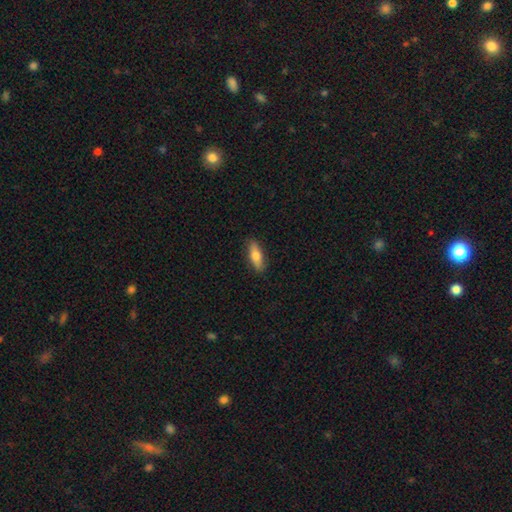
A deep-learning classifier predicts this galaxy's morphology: This appears to be a smooth galaxy with no disk features (71%) that is in between round and cigar-shaped (59%). Merging: none (86%).